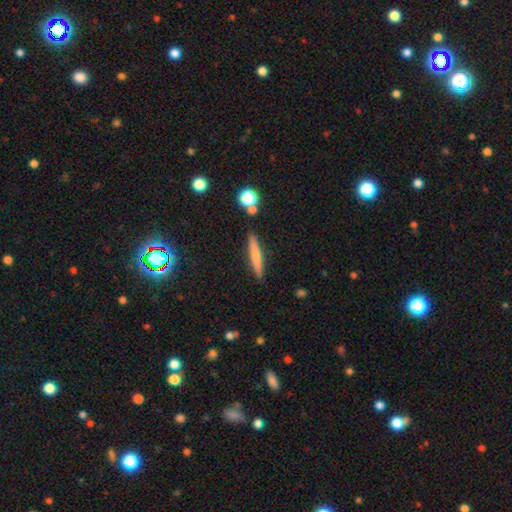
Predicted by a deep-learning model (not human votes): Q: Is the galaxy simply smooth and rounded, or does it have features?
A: smooth — 67%.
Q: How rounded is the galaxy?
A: cigar-shaped — 92%.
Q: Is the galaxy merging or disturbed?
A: none — 88%.